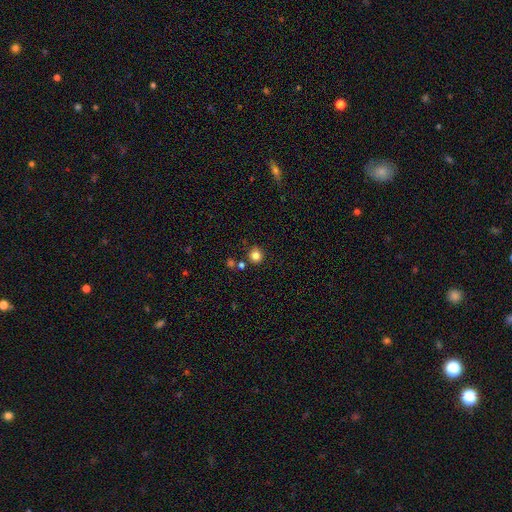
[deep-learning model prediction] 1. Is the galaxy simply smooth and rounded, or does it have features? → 83% smooth, 12% star or artifact, 5% featured or disk.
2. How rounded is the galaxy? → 91% round, 8% in between, 1% cigar-shaped.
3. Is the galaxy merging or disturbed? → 84% none, 8% minor disturbance, 6% merger, 2% major disturbance.